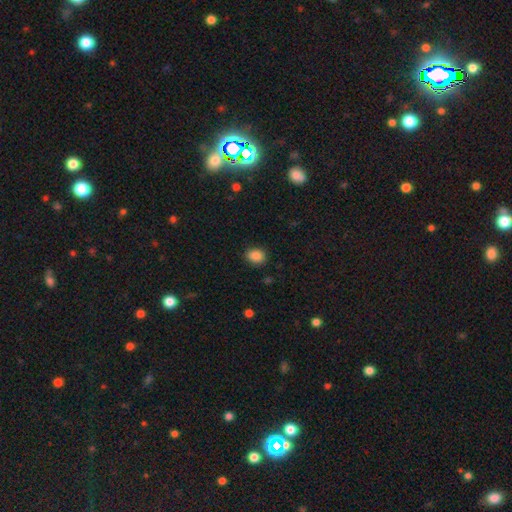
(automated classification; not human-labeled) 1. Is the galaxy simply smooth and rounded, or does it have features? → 87% smooth, 9% star or artifact, 4% featured or disk.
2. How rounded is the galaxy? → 57% in between, 42% round, 1% cigar-shaped.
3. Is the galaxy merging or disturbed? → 87% none, 10% minor disturbance, 3% major disturbance, 1% merger.